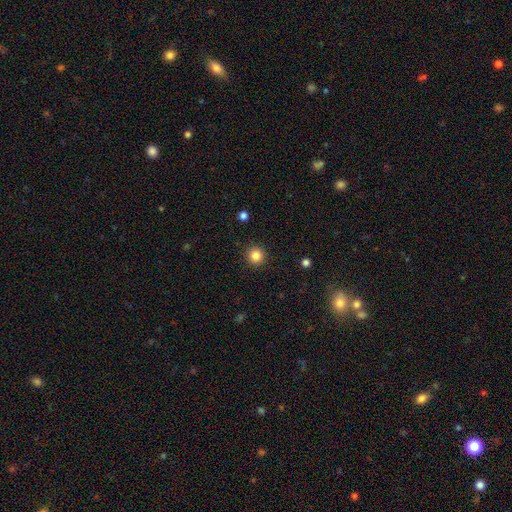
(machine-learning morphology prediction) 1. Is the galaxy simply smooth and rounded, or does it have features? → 85% smooth, 11% star or artifact, 4% featured or disk.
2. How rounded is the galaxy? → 95% round, 4% in between, 1% cigar-shaped.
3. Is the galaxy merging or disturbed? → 92% none, 5% minor disturbance, 2% major disturbance, 1% merger.